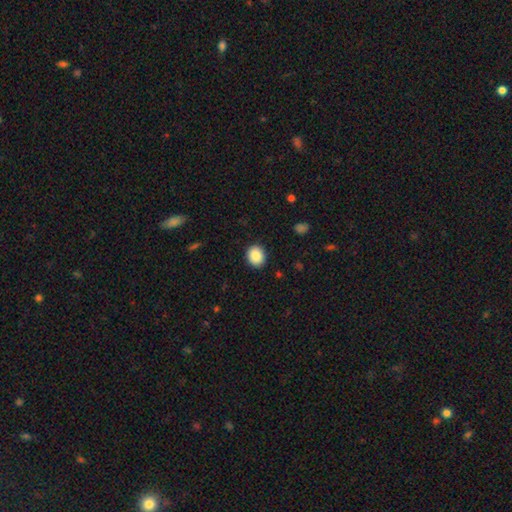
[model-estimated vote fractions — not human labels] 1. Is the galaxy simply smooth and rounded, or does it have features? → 88% smooth, 8% star or artifact, 4% featured or disk.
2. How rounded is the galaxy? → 62% round, 37% in between, 1% cigar-shaped.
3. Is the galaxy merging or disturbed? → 90% none, 7% minor disturbance, 2% major disturbance, 1% merger.